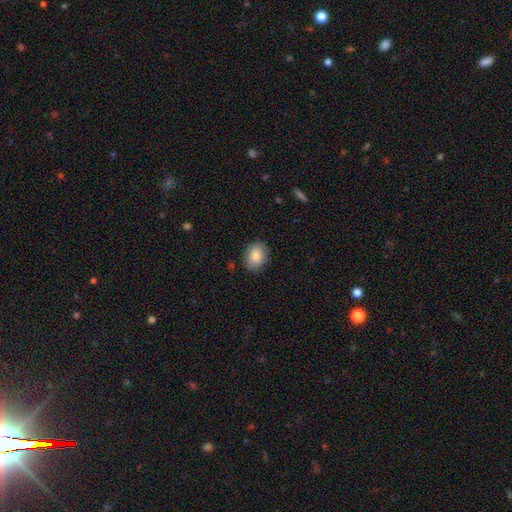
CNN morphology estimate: Smooth or featured?
  - smooth: 83% *
  - featured or disk: 9%
  - star or artifact: 8%
How rounded?
  - in between: 63% *
  - round: 36%
  - cigar-shaped: 1%
Merging?
  - none: 85% *
  - minor disturbance: 12%
  - major disturbance: 3%
  - merger: 1%